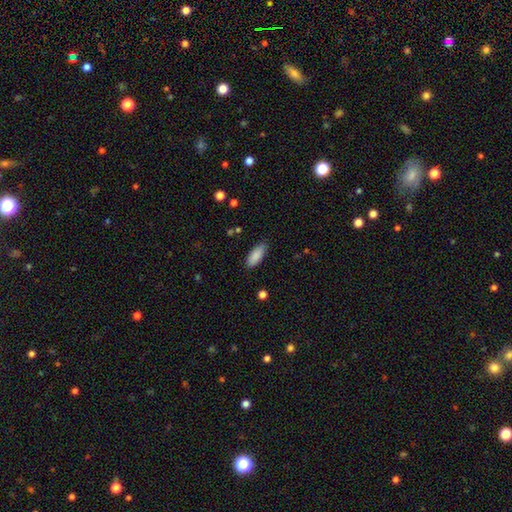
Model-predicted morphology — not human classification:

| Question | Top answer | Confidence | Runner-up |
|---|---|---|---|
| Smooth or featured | smooth | 89% | star or artifact (6%) |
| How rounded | in between | 76% | cigar-shaped (22%) |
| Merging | none | 86% | minor disturbance (10%) |